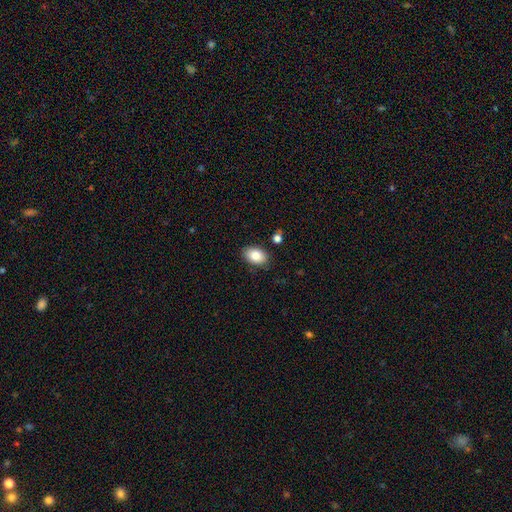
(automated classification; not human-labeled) Overall: smooth (85%). How rounded: in between (89%). Merging: none (85%).